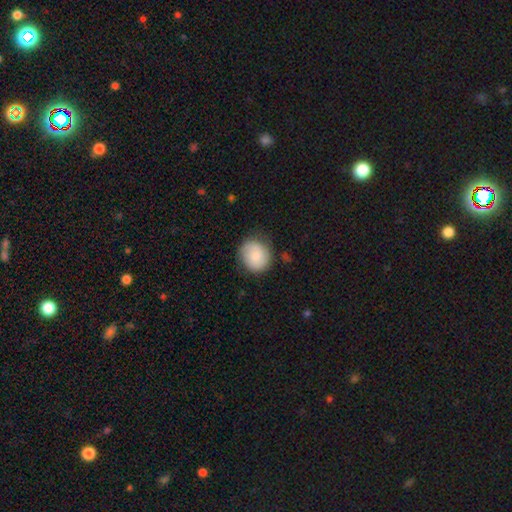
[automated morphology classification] Smooth or featured: smooth — 81% (featured or disk — 12%)
How rounded: round — 79% (in between — 20%)
Merging: none — 77% (minor disturbance — 17%)